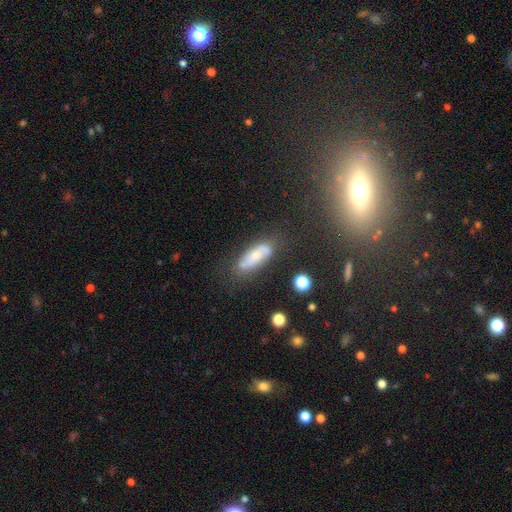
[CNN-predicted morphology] featured or disk 48%, smooth 43%, star or artifact 9%. Down the decision tree: merging — none (67%).